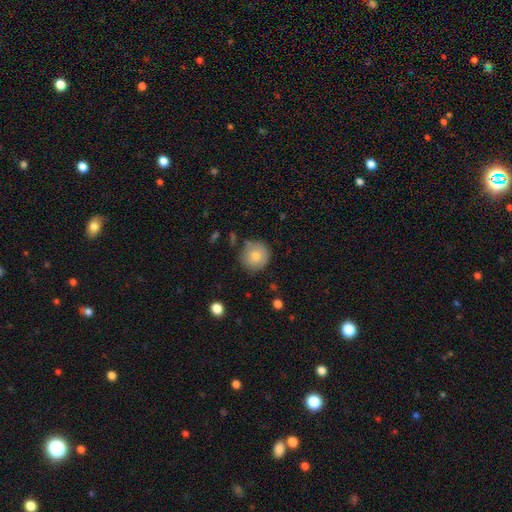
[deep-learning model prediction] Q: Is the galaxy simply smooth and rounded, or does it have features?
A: smooth — 79%.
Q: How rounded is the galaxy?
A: round — 93%.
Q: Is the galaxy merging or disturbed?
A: none — 79%.